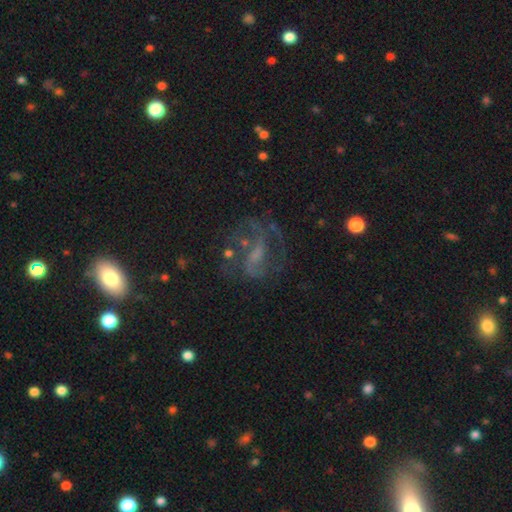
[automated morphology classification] type=featured or disk (67%); edge-on=no (96%); bar=weak (46%); spiral arms=yes (80%); winding=medium (47%); arm count=2 (59%); bulge=small (40%); merging=none (52%).